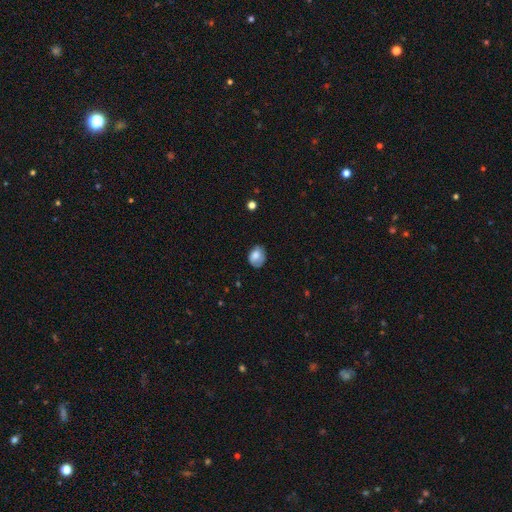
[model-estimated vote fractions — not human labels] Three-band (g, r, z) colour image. It shows a smooth galaxy with no disk features (75%) that is in between round and cigar-shaped (62%). Merging: none (60%).